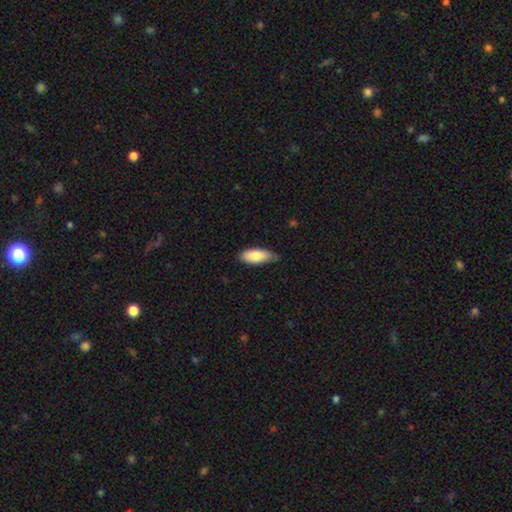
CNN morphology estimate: Smooth or featured: smooth — 84% (featured or disk — 11%)
How rounded: in between — 80% (cigar-shaped — 18%)
Merging: none — 69% (minor disturbance — 27%)